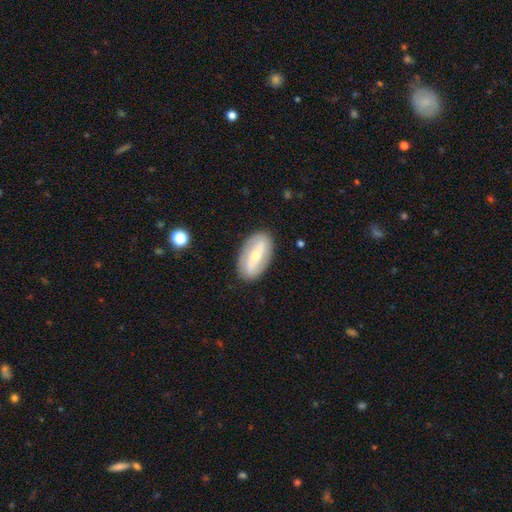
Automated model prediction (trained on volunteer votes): A featured or disk galaxy (58%) with a strong bar (50%), spiral arms (61%) and a small central bulge (52%).

Vote fractions:
- Smooth or featured? featured or disk: 58% / smooth: 36% / star or artifact: 6%
- Edge-on disk? no: 89% / yes: 11%
- Bar? strong: 50% / weak: 29% / no: 20%
- Spiral arms? yes: 61% / no: 39%
- Bulge size? small: 52% / moderate: 42% / large: 3% / none: 2% / dominant: 1%
- Merging? none: 86% / minor disturbance: 10% / major disturbance: 3% / merger: 1%